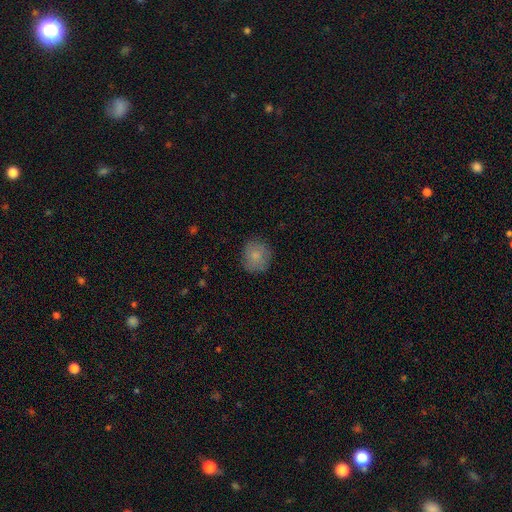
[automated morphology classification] smooth_or_featured: smooth (p=0.81) [alt: featured or disk p=0.11]
how_rounded: round (p=0.83) [alt: in between p=0.16]
merging: none (p=0.82) [alt: minor disturbance p=0.14]